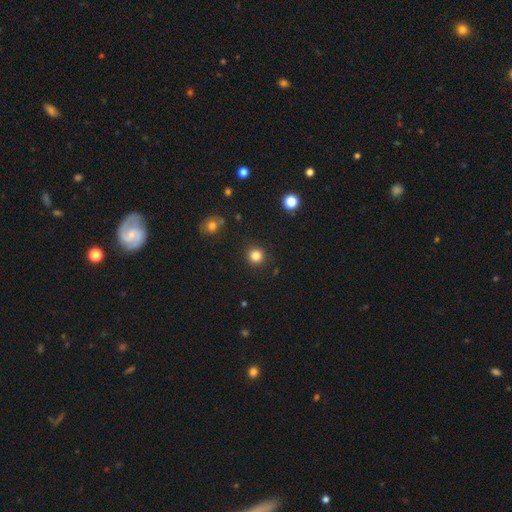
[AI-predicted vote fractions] smooth 83%, star or artifact 12%, featured or disk 5%. Down the decision tree: how rounded — round (93%); merging — none (91%).